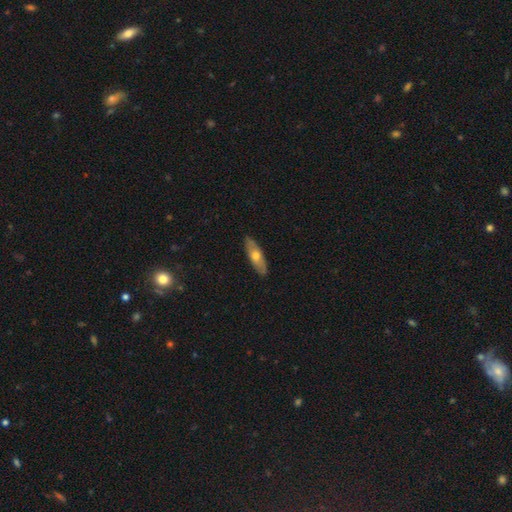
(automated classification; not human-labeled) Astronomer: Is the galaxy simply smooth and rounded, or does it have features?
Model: smooth — 57% (runner-up: featured or disk, 38%).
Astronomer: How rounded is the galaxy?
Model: in between — 53% (runner-up: cigar-shaped, 44%).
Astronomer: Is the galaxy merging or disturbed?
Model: none — 89%.